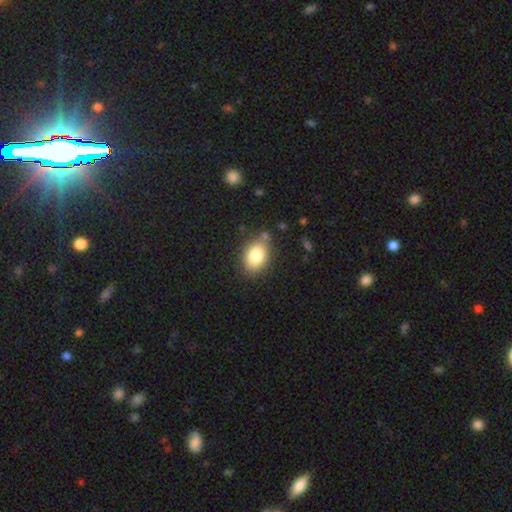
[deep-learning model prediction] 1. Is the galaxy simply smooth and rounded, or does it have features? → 84% smooth, 8% star or artifact, 8% featured or disk.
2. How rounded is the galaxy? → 79% in between, 20% round, 1% cigar-shaped.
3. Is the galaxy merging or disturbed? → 75% none, 16% minor disturbance, 5% merger, 4% major disturbance.